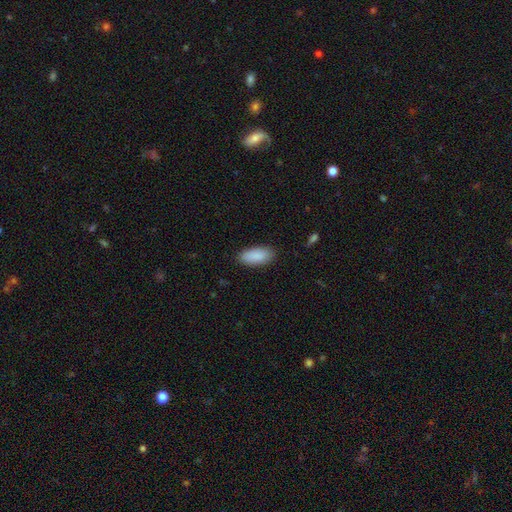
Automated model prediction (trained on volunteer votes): A smooth galaxy with no disk features (90%) that is in between round and cigar-shaped (88%). Merging: none (86%).